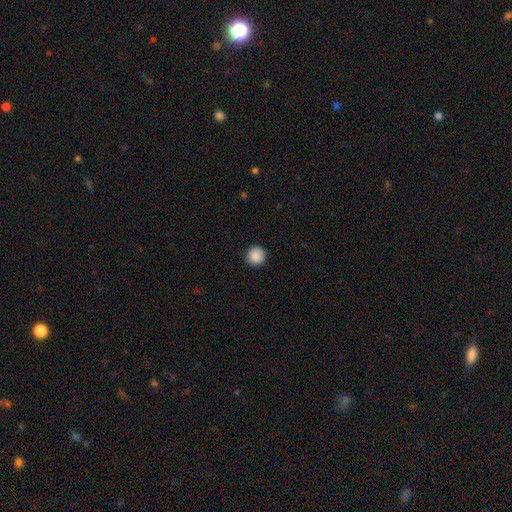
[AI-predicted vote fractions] Overall: smooth (89%). How rounded: round (96%). Merging: none (92%).